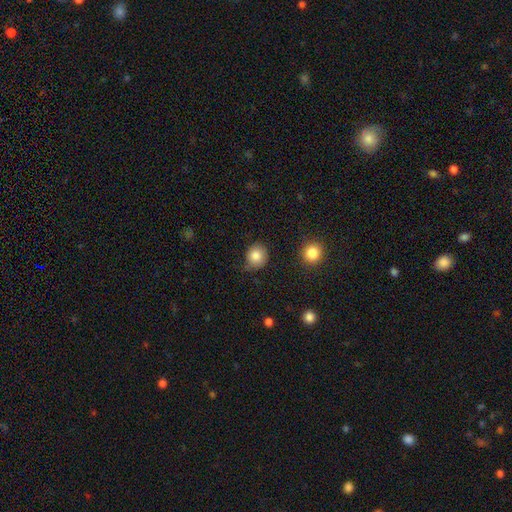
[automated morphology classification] Smooth or featured? Predicted: smooth (p=0.85). How rounded? Predicted: round (p=0.85). Merging? Predicted: none (p=0.77).